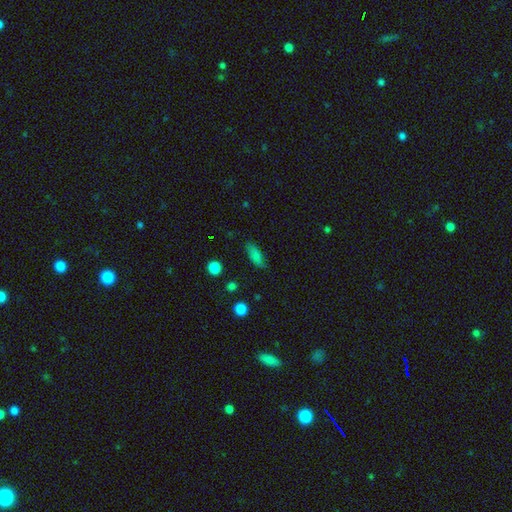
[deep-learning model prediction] This is likely a smooth galaxy (80%). How rounded: likely in between (75%). Merging: likely none (74%).